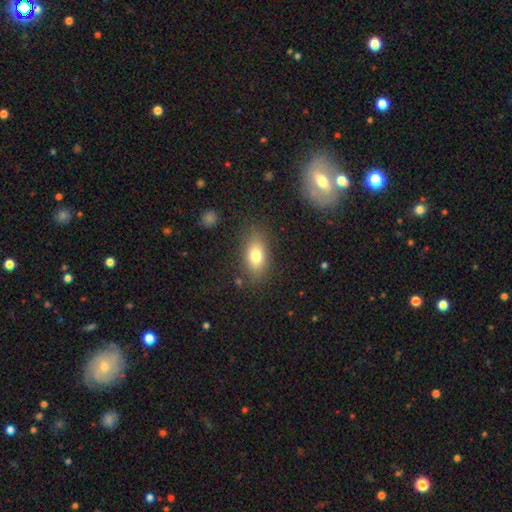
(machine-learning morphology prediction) This appears to be a smooth galaxy with no disk features (77%) that is in between round and cigar-shaped (85%). Merging: none (82%).